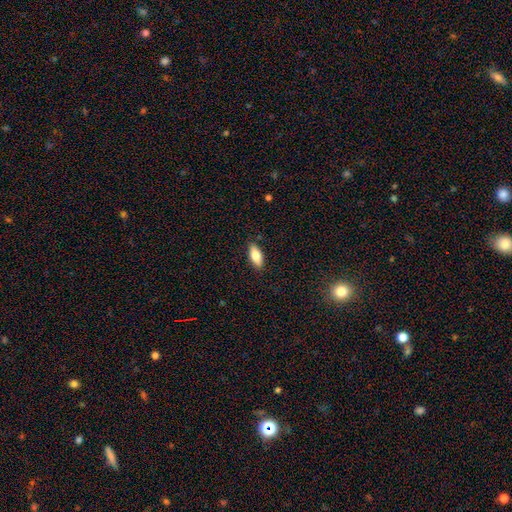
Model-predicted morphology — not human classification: The model was most divided on "smooth or featured": smooth: 80%, featured or disk: 13%, star or artifact: 7%. More confident: merging — none (87%); how rounded — in between (86%).